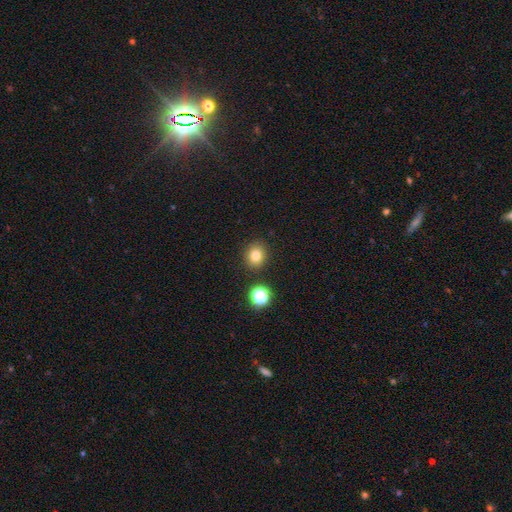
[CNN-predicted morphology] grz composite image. It shows a smooth galaxy with no disk features (79%) that is round (75%). Merging: none (87%).